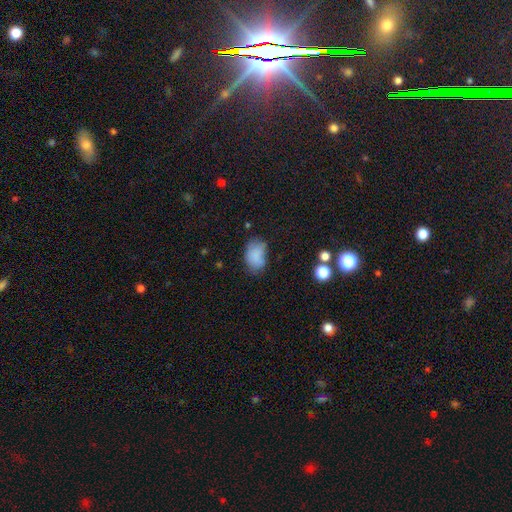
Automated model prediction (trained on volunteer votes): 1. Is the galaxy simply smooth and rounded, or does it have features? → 82% smooth, 10% star or artifact, 9% featured or disk.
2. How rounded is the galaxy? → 84% in between, 15% round, 1% cigar-shaped.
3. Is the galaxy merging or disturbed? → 58% none, 29% minor disturbance, 10% major disturbance, 3% merger.